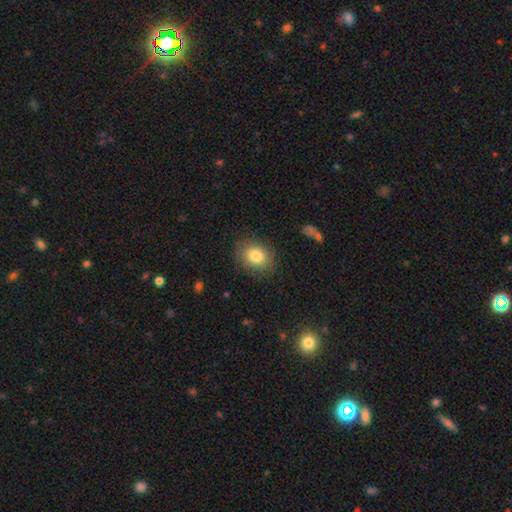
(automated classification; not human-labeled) Smooth or featured? smooth (82%)
How rounded? in between (54%)
Merging? none (84%)